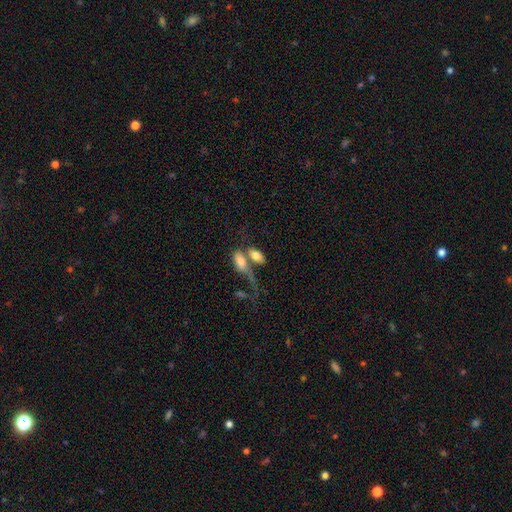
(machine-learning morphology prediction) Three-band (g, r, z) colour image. It shows a smooth galaxy with no disk features (73%) that is in between round and cigar-shaped (88%). Merging: merger (58%).